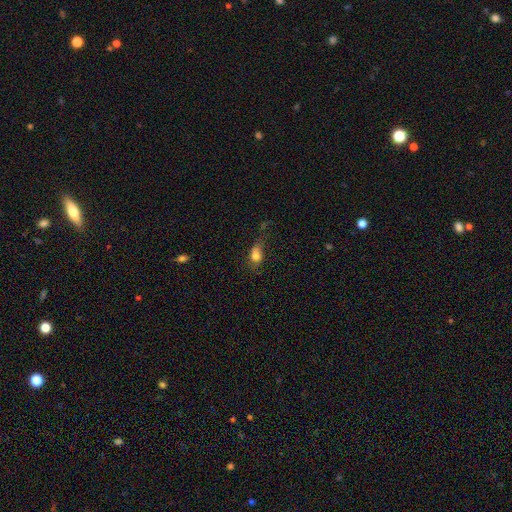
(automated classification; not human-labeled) Smooth or featured?
  - smooth: 76% *
  - featured or disk: 13%
  - star or artifact: 11%
How rounded?
  - in between: 71% *
  - round: 25%
  - cigar-shaped: 4%
Merging?
  - none: 39% *
  - minor disturbance: 30%
  - major disturbance: 25%
  - merger: 5%